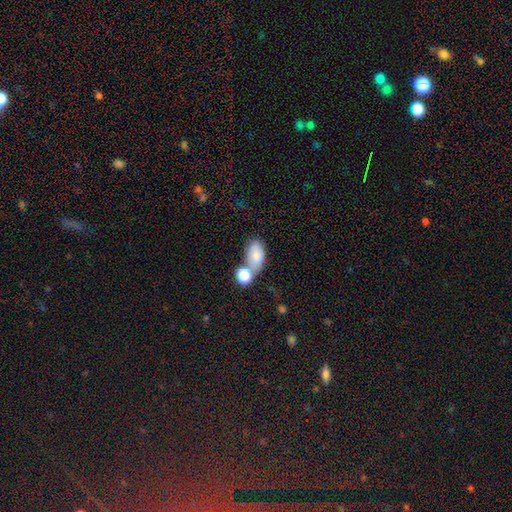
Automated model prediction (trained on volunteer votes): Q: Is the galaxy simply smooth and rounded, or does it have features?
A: smooth — 77%.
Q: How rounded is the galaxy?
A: in between — 89%.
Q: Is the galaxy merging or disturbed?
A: none — 47%.